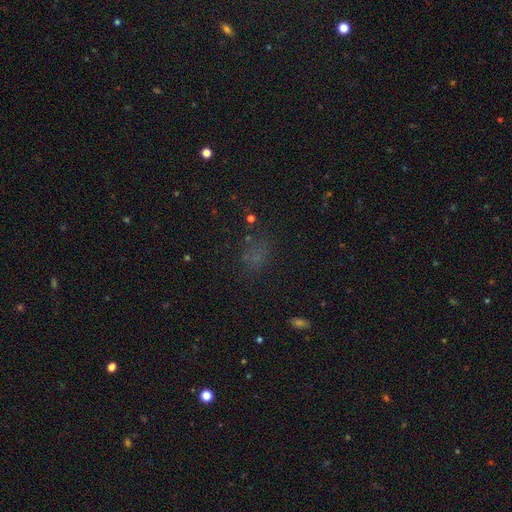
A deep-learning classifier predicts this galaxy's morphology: smooth_or_featured: smooth (p=0.51) [alt: star or artifact p=0.37]
how_rounded: in between (p=0.57) [alt: round p=0.40]
merging: none (p=0.64) [alt: minor disturbance p=0.17]